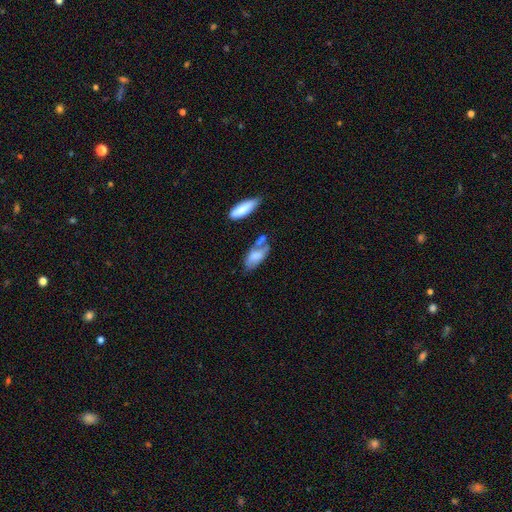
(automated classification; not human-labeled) smooth 68%, featured or disk 24%, star or artifact 7%. Down the decision tree: how rounded — in between (85%); merging — none (39%).